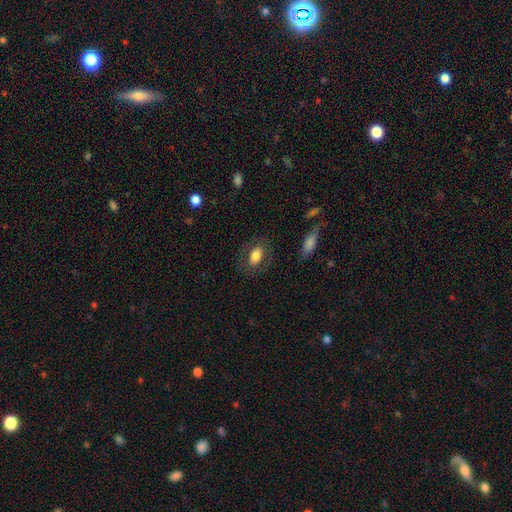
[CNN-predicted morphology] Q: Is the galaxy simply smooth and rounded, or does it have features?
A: smooth — 73%.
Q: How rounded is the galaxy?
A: in between — 86%.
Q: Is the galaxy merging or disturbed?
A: none — 80%.